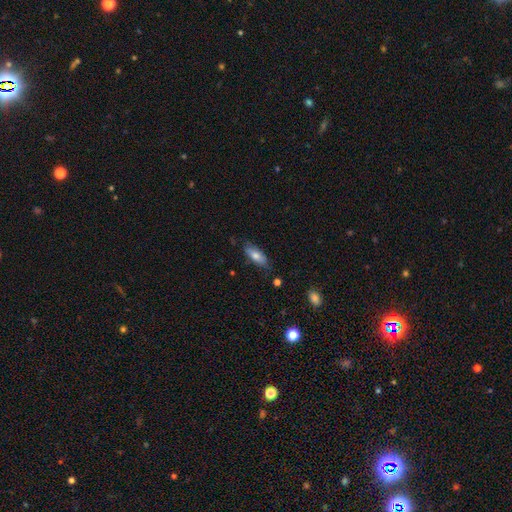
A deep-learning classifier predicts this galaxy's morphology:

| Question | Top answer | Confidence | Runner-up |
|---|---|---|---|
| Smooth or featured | smooth | 70% | featured or disk (23%) |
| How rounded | in between | 72% | cigar-shaped (26%) |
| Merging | none | 75% | minor disturbance (19%) |